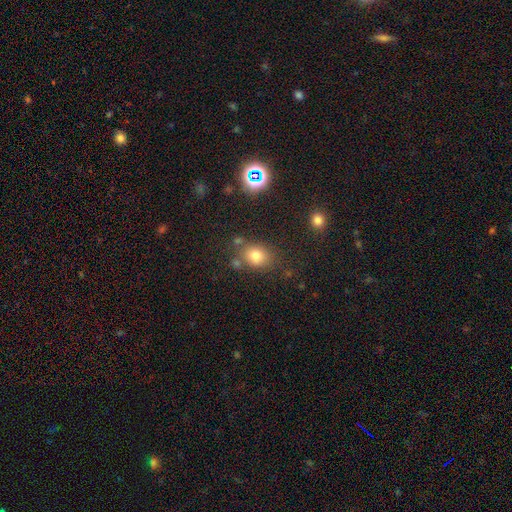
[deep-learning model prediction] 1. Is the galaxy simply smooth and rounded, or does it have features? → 75% smooth, 15% star or artifact, 10% featured or disk.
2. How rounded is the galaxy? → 50% in between, 49% round, 1% cigar-shaped.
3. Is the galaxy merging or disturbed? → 67% none, 16% minor disturbance, 11% merger, 6% major disturbance.